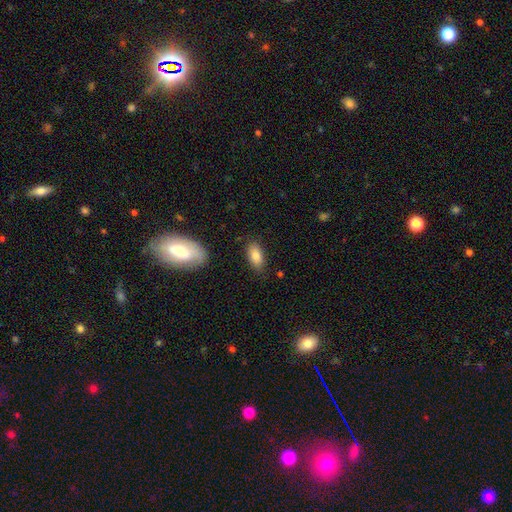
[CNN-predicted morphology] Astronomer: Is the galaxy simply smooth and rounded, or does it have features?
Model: smooth — 83%.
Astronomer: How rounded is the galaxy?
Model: in between — 90%.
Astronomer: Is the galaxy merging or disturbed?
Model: none — 82%.